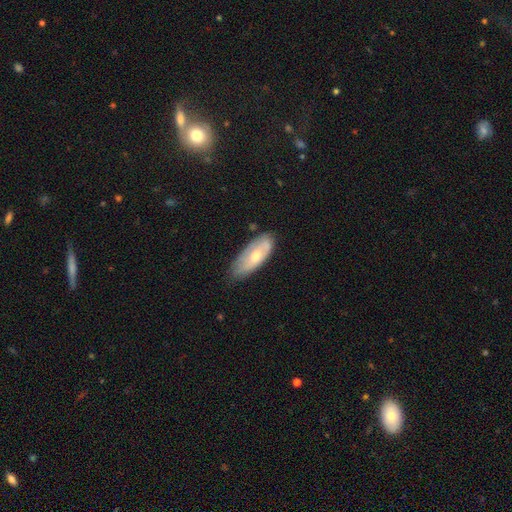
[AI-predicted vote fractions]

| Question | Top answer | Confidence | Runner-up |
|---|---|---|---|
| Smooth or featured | smooth | 49% | featured or disk (45%) |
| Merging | none | 66% | minor disturbance (27%) |